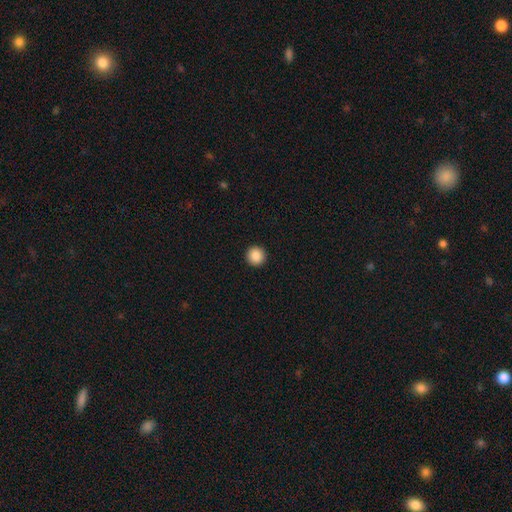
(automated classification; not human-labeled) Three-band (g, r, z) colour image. It shows a smooth galaxy with no disk features (89%) that is round (96%). Merging: none (94%).